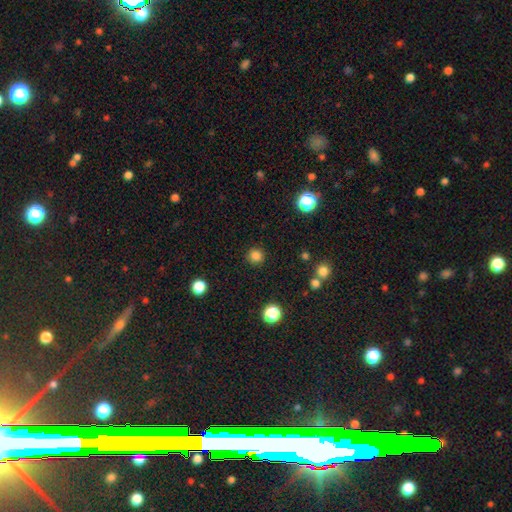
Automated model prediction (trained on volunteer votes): A smooth galaxy with no disk features (82%) that is round (93%).

Vote fractions:
- Smooth or featured? smooth: 82% / star or artifact: 14% / featured or disk: 4%
- How rounded? round: 93% / in between: 6% / cigar-shaped: 1%
- Merging? none: 90% / minor disturbance: 6% / major disturbance: 2% / merger: 2%